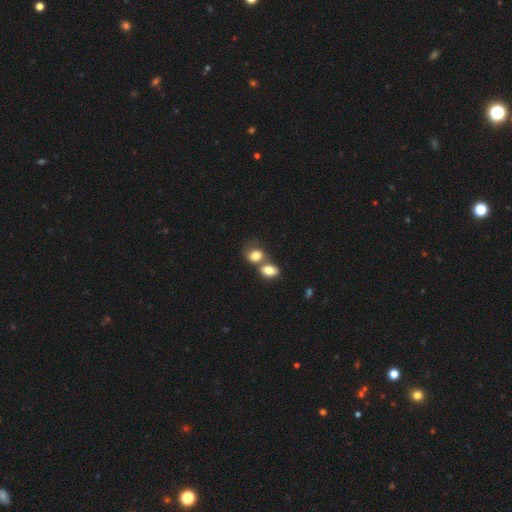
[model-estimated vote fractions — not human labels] Q: Smooth or featured?
A: smooth (80%); runner-up: featured or disk (12%)
Q: How rounded?
A: in between (63%); runner-up: round (36%)
Q: Merging?
A: merger (59%); runner-up: none (26%)